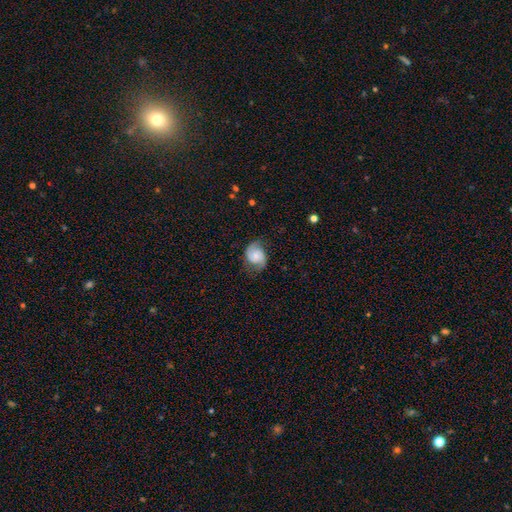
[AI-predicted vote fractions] Smooth or featured: featured or disk — 65% (smooth — 27%)
Edge-on disk: no — 98% (yes — 2%)
Bar: no — 68% (weak — 27%)
Spiral arms: yes — 93% (no — 7%)
Spiral winding: medium — 45% (loose — 27%)
Spiral arm count: 2 — 88% (can't tell — 5%)
Bulge size: small — 47% (moderate — 35%)
Merging: none — 68% (minor disturbance — 22%)